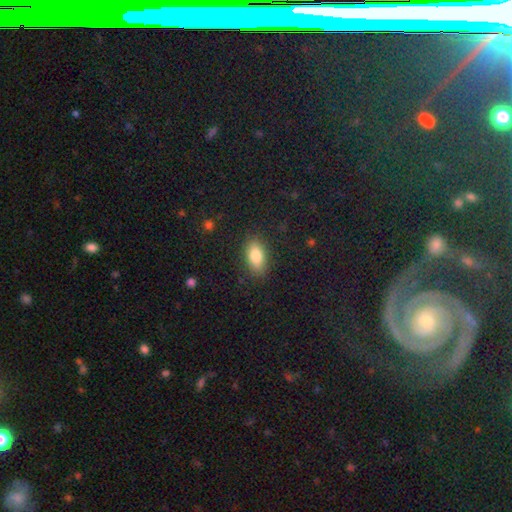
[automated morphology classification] A smooth galaxy with no disk features (83%) that is in between round and cigar-shaped (89%).

Vote fractions:
- Smooth or featured? smooth: 83% / featured or disk: 10% / star or artifact: 8%
- How rounded? in between: 89% / round: 5% / cigar-shaped: 5%
- Merging? none: 86% / minor disturbance: 10% / major disturbance: 3% / merger: 1%